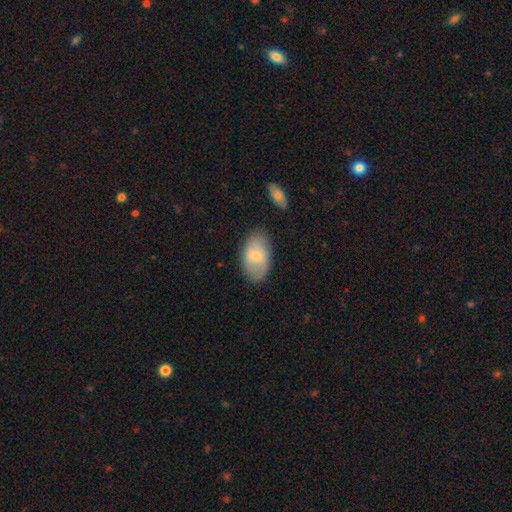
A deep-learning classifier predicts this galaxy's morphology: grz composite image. It shows a smooth galaxy with no disk features (69%) that is in between round and cigar-shaped (92%). Merging: none (79%).